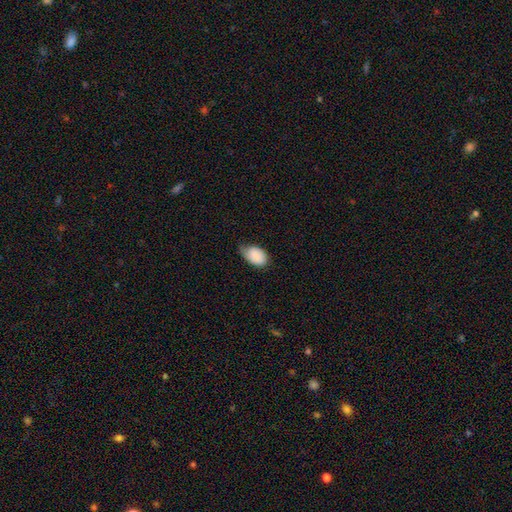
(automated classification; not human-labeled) The model was most divided on "merging": minor disturbance: 46%, none: 40%, major disturbance: 12%, merger: 2%. More confident: how rounded — in between (90%); smooth or featured — smooth (84%).